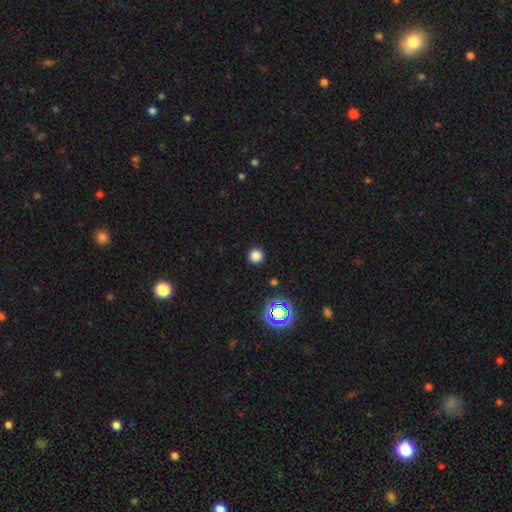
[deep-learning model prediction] Smooth or featured? smooth (78%)
How rounded? round (95%)
Merging? none (91%)